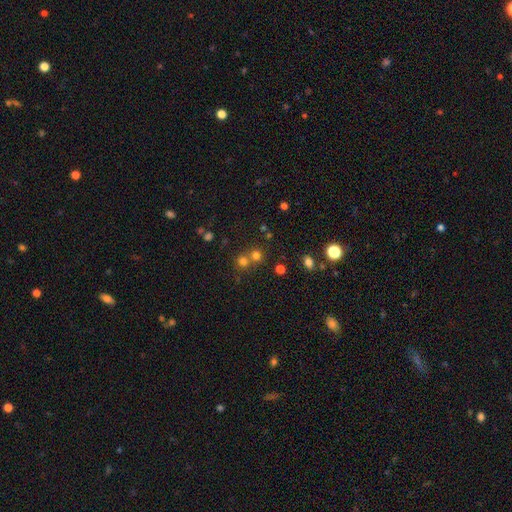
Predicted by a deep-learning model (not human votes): A smooth galaxy with no disk features (68%) that is round (88%).

Vote fractions:
- Smooth or featured? smooth: 68% / star or artifact: 23% / featured or disk: 9%
- How rounded? round: 88% / in between: 11% / cigar-shaped: 1%
- Merging? none: 55% / merger: 36% / minor disturbance: 6% / major disturbance: 2%